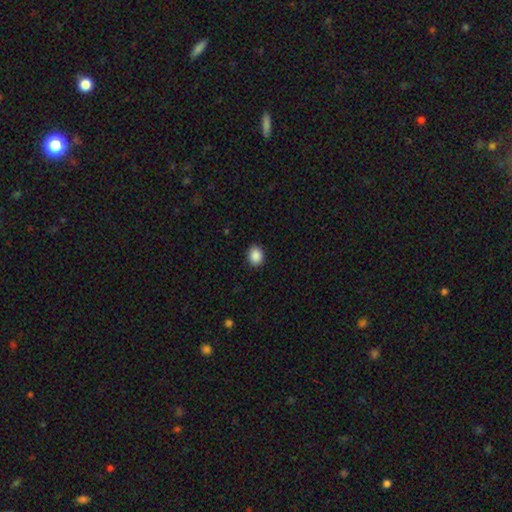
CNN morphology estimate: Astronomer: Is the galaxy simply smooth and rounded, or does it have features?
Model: smooth — 89%.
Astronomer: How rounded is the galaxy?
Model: round — 59% (runner-up: in between, 40%).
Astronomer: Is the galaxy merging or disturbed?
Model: none — 90%.